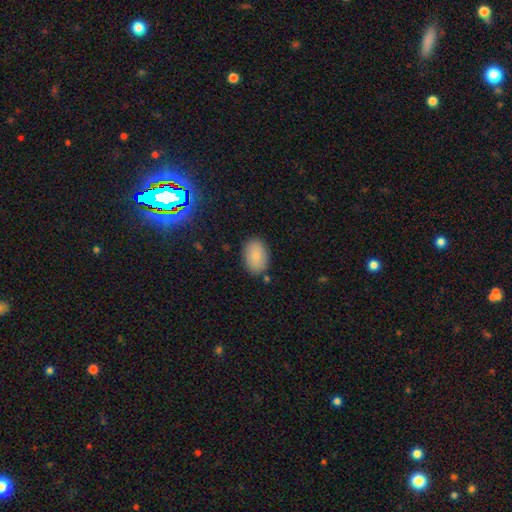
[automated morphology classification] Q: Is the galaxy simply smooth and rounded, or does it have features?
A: smooth — 86%.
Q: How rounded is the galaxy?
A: in between — 87%.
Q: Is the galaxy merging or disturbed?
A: none — 83%.